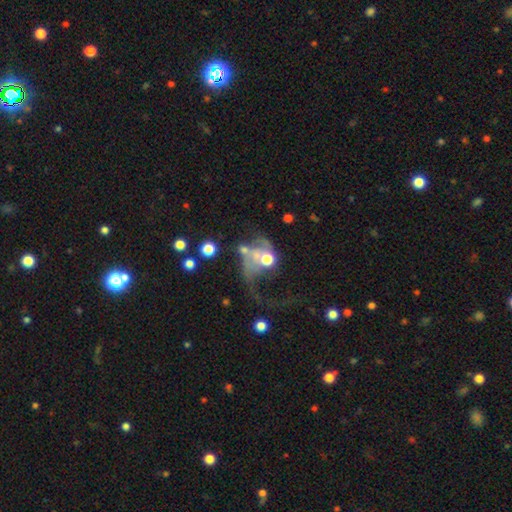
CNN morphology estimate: A featured or disk galaxy (59%) with no bar (78%), spiral arms (57%) and a moderate central bulge (46%).

Vote fractions:
- Smooth or featured? featured or disk: 59% / smooth: 28% / star or artifact: 13%
- Edge-on disk? no: 97% / yes: 3%
- Bar? no: 78% / weak: 17% / strong: 5%
- Spiral arms? yes: 57% / no: 43%
- Bulge size? moderate: 46% / small: 23% / none: 15% / large: 12% / dominant: 4%
- Merging? major disturbance: 47% / merger: 26% / none: 18% / minor disturbance: 10%